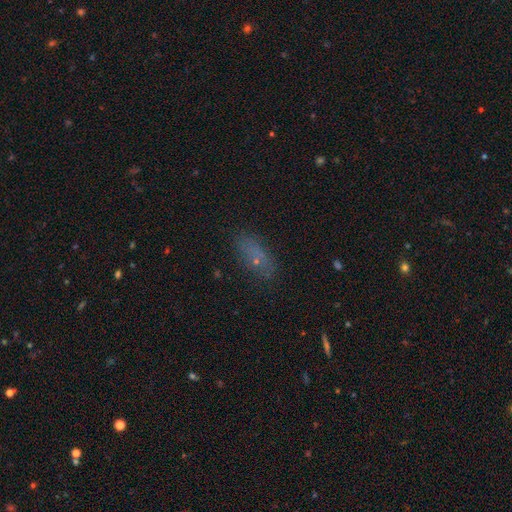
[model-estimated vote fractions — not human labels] A smooth galaxy with no disk features (61%) that is in between round and cigar-shaped (77%).

Vote fractions:
- Smooth or featured? smooth: 61% / star or artifact: 20% / featured or disk: 19%
- How rounded? in between: 77% / cigar-shaped: 16% / round: 6%
- Merging? none: 74% / minor disturbance: 17% / major disturbance: 6% / merger: 3%